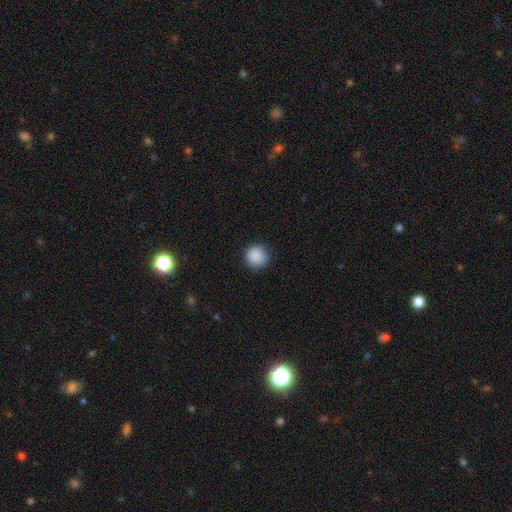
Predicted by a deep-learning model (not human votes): Smooth or featured: smooth — 89% (star or artifact — 9%)
How rounded: round — 95% (in between — 4%)
Merging: none — 91% (minor disturbance — 6%)